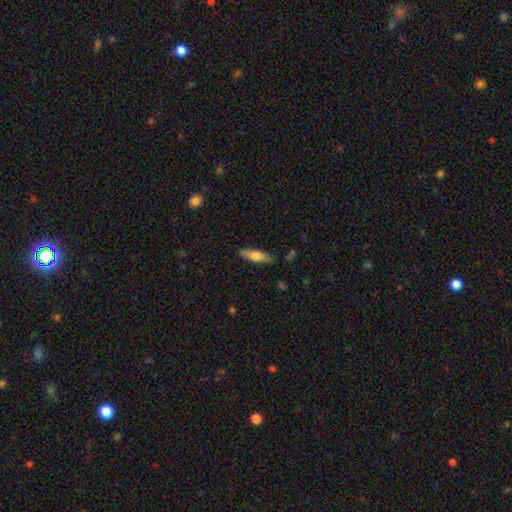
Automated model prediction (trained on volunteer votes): Smooth or featured?
  - smooth: 67% *
  - featured or disk: 27%
  - star or artifact: 6%
How rounded?
  - cigar-shaped: 57% *
  - in between: 41%
  - round: 2%
Merging?
  - none: 82% *
  - minor disturbance: 14%
  - major disturbance: 3%
  - merger: 2%